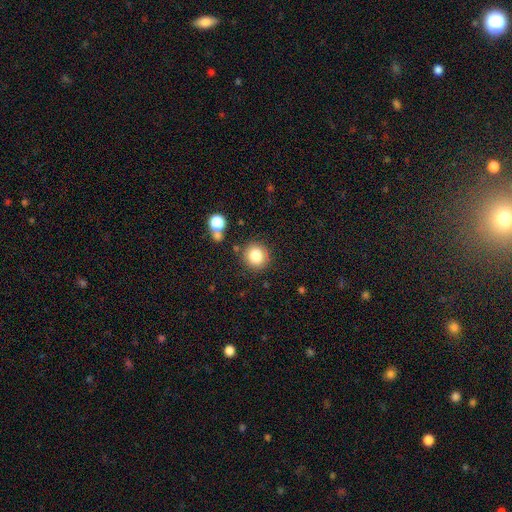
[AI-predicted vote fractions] A smooth galaxy with no disk features (82%) that is round (90%). Merging: none (83%).